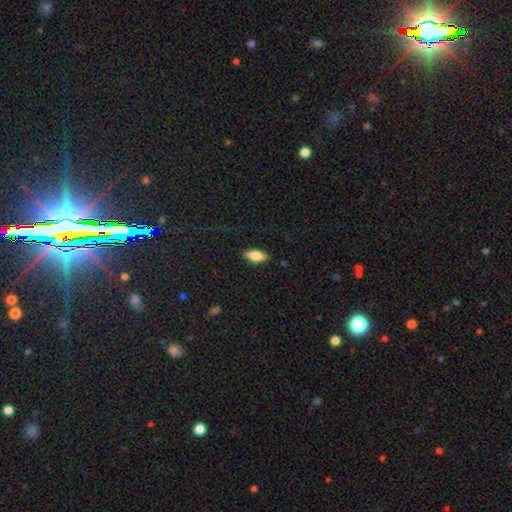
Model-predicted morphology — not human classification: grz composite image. It shows a smooth galaxy with no disk features (68%) that is in between round and cigar-shaped (78%). Merging: none (85%).